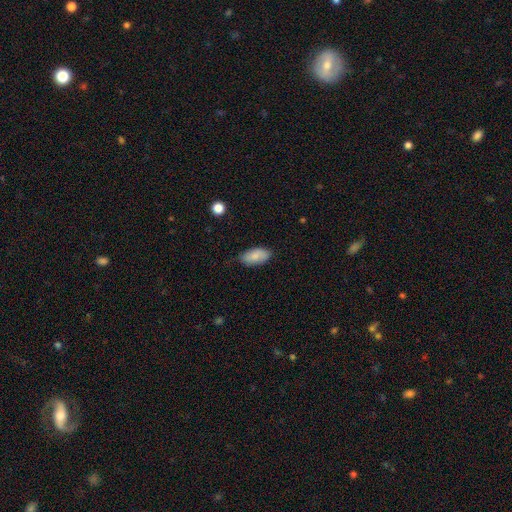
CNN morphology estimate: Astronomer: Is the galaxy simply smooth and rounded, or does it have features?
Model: smooth — 82%.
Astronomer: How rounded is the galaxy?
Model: in between — 93%.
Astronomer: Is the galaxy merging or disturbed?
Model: none — 74%.